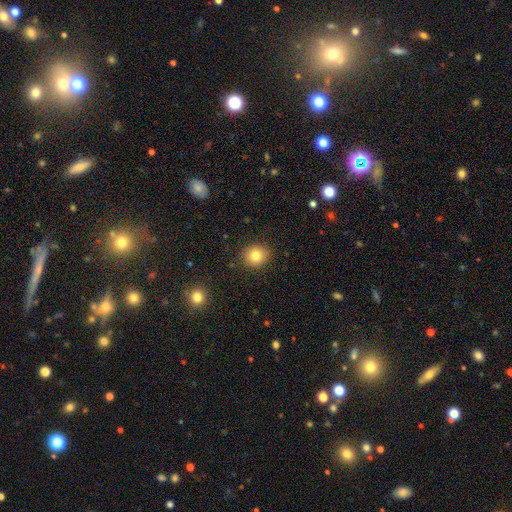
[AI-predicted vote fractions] A smooth galaxy with no disk features (80%) that is round (84%). Merging: none (89%).